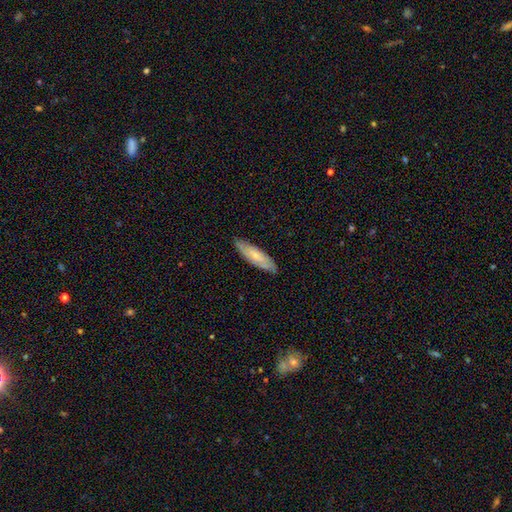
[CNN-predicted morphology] This appears to be a smooth galaxy with no disk features (54%) that is cigar-shaped (60%). Merging: none (83%).